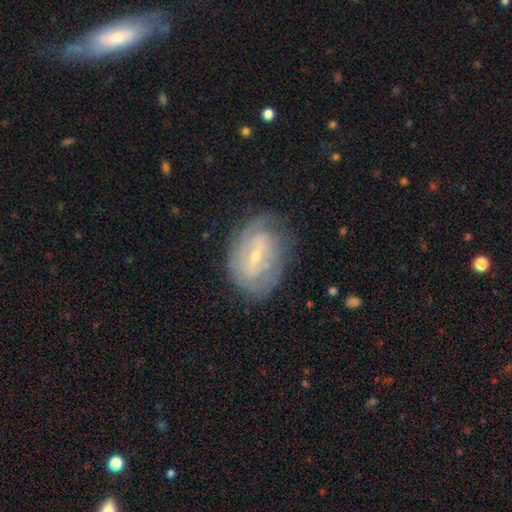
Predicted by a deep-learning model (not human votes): A featured or disk galaxy (76%) with a weak bar (50%), tight (62%) spiral arms (85%) and a small central bulge (67%).

Vote fractions:
- Smooth or featured? featured or disk: 76% / smooth: 17% / star or artifact: 7%
- Edge-on disk? no: 96% / yes: 4%
- Bar? weak: 50% / no: 27% / strong: 24%
- Spiral arms? yes: 85% / no: 15%
- Spiral winding? tight: 62% / medium: 28% / loose: 9%
- Spiral arm count? can't tell: 45% / 2: 31% / 3: 11% / 4: 5% / 1: 5% / more than 4: 3%
- Bulge size? small: 67% / moderate: 30% / none: 1% / large: 1% / dominant: 1%
- Merging? none: 70% / minor disturbance: 20% / major disturbance: 8% / merger: 1%